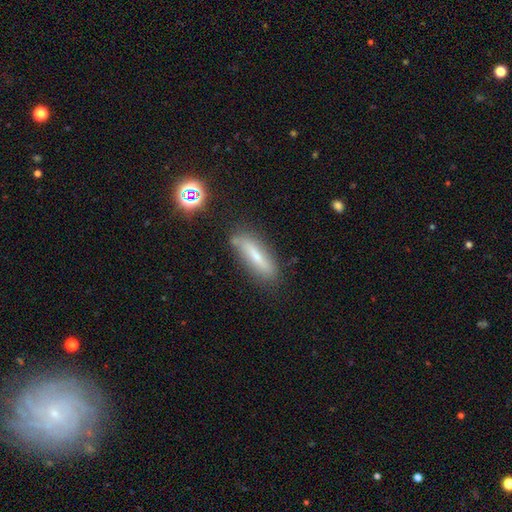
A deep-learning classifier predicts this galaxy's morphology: A smooth galaxy with no disk features (52%) that is cigar-shaped (71%). Merging: none (74%).